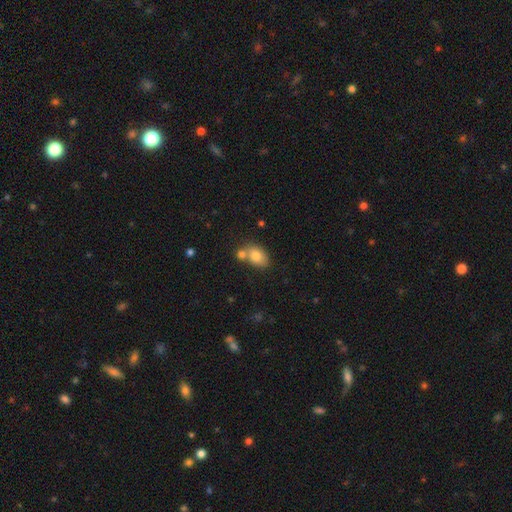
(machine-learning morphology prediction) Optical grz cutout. It shows a smooth galaxy with no disk features (81%) that is in between round and cigar-shaped (83%). Merging: none (53%).